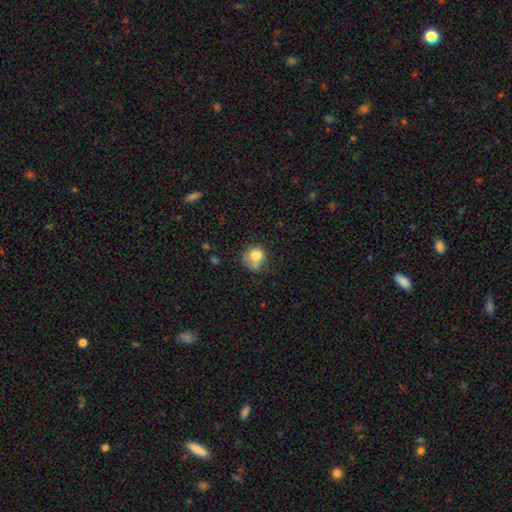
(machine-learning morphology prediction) Overall: smooth (75%). How rounded: round (77%). Merging: none (46%; minor disturbance 31%).